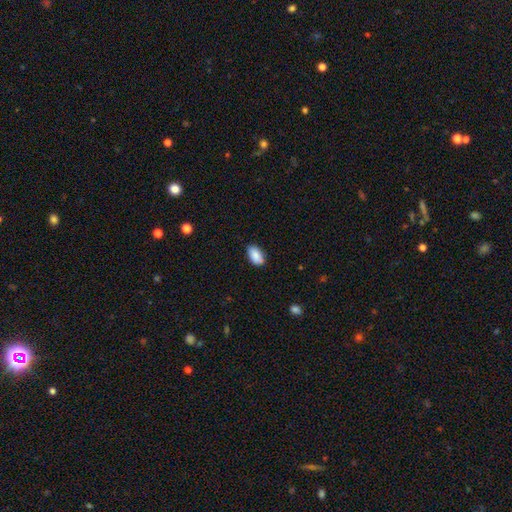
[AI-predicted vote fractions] Morphology: type=smooth (87%); roundness=in between (93%); merging=none (78%).